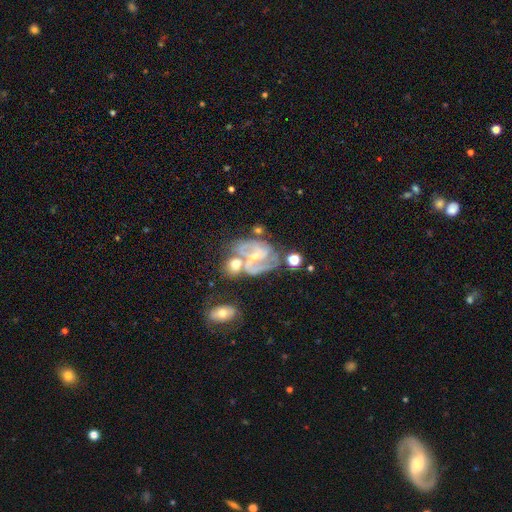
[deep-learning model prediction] smooth_or_featured: featured or disk (p=0.76) [alt: star or artifact p=0.13]
disk_edge_on: no (p=0.96) [alt: yes p=0.04]
bar: weak (p=0.43) [alt: strong p=0.30]
has_spiral_arms: yes (p=0.86) [alt: no p=0.14]
spiral_winding: medium (p=0.46) [alt: tight p=0.32]
spiral_arm_count: 2 (p=0.69) [alt: can't tell p=0.13]
bulge_size: small (p=0.61) [alt: moderate p=0.28]
merging: none (p=0.48) [alt: merger p=0.25]